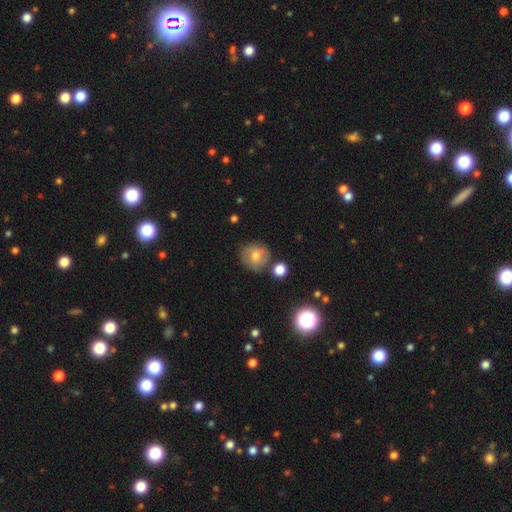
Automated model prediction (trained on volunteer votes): smooth 64%, featured or disk 26%, star or artifact 11%. Down the decision tree: how rounded — round (90%); merging — none (73%).